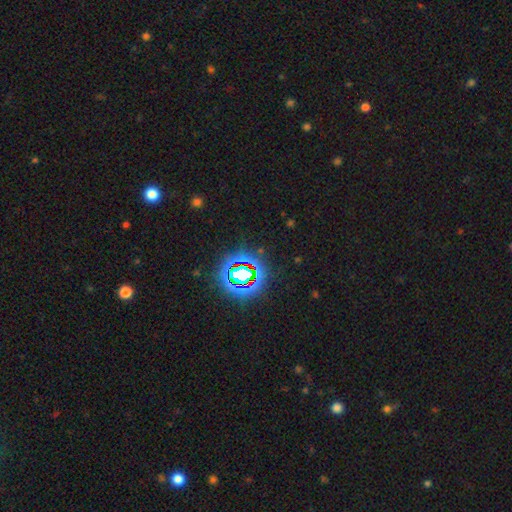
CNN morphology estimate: smooth_or_featured: star or artifact (p=0.81) [alt: smooth p=0.12]